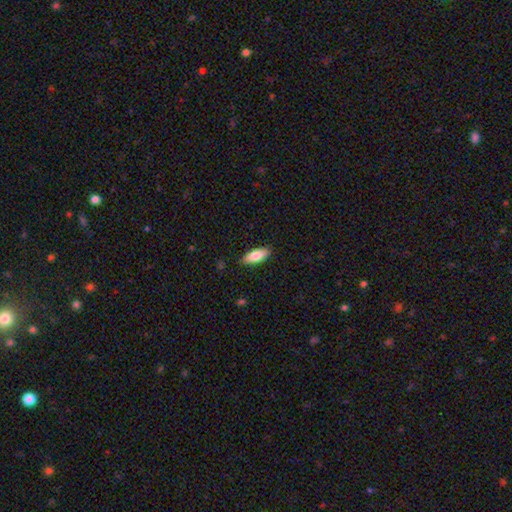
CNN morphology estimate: This is likely a smooth galaxy (80%). How rounded: likely in between (73%). Merging: clearly none (88%).